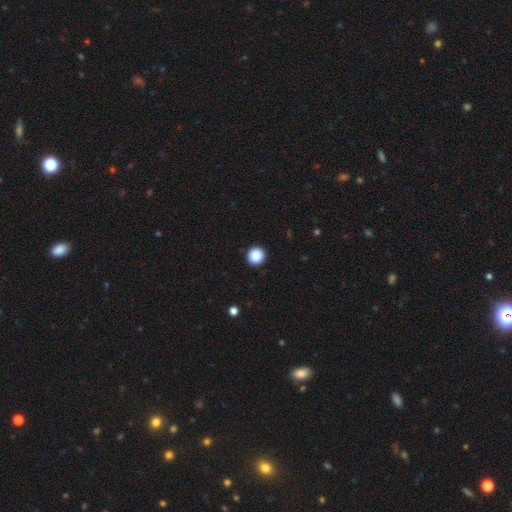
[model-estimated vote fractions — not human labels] The model was most divided on "smooth or featured": smooth: 87%, star or artifact: 10%, featured or disk: 3%. More confident: how rounded — round (95%); merging — none (93%).